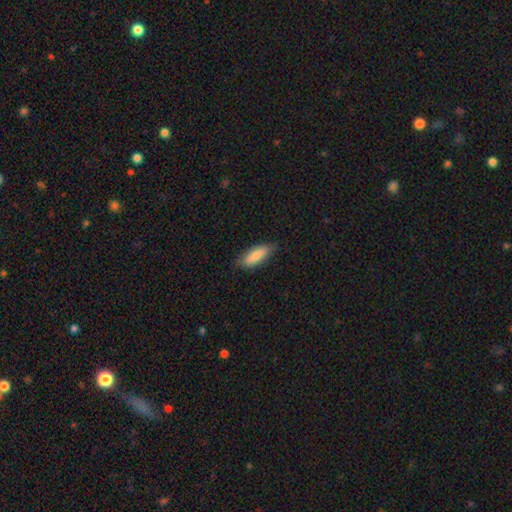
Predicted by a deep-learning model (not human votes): Smooth or featured: smooth — 79% (featured or disk — 15%)
How rounded: in between — 63% (cigar-shaped — 35%)
Merging: none — 77% (minor disturbance — 19%)